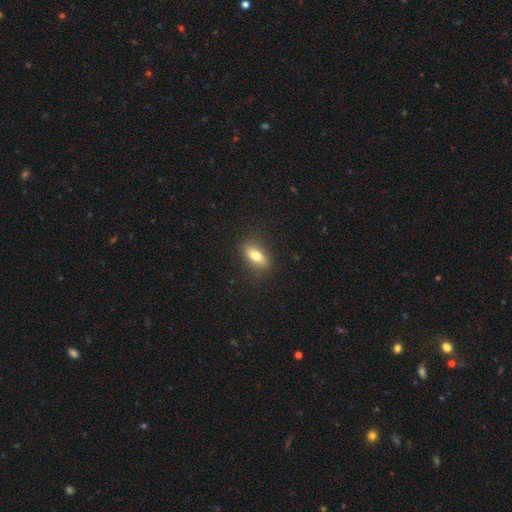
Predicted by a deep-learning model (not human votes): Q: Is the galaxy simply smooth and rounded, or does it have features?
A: smooth — 73%.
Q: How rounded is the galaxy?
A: in between — 76%.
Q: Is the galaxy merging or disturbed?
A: none — 87%.